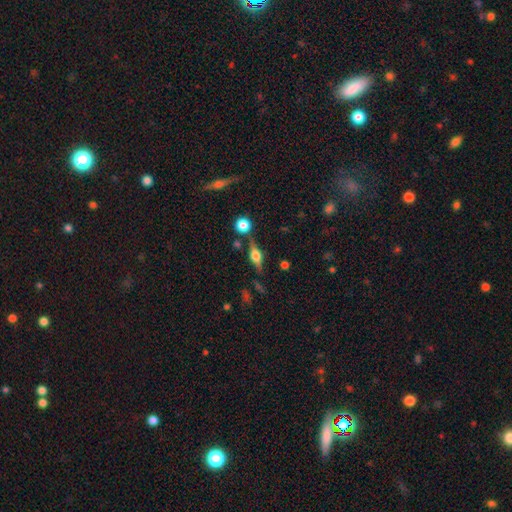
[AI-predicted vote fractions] Smooth or featured? Predicted: featured or disk (p=0.67). Edge-on disk? Predicted: yes (p=0.94). Edge-on bulge? Predicted: rounded (p=0.92). Merging? Predicted: none (p=0.76).